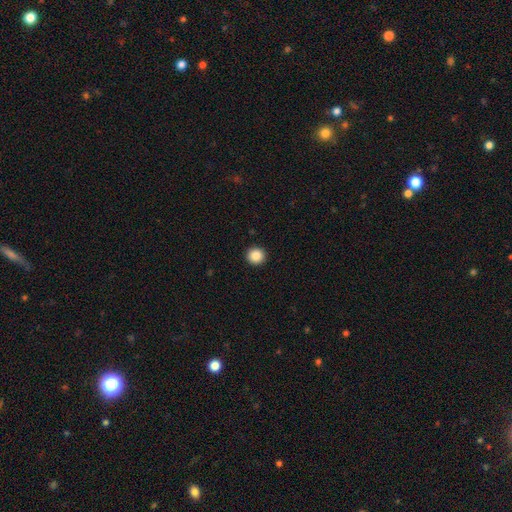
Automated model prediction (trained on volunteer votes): Smooth or featured?
  - smooth: 87% *
  - star or artifact: 10%
  - featured or disk: 4%
How rounded?
  - round: 95% *
  - in between: 4%
  - cigar-shaped: 1%
Merging?
  - none: 94% *
  - minor disturbance: 4%
  - major disturbance: 1%
  - merger: 1%